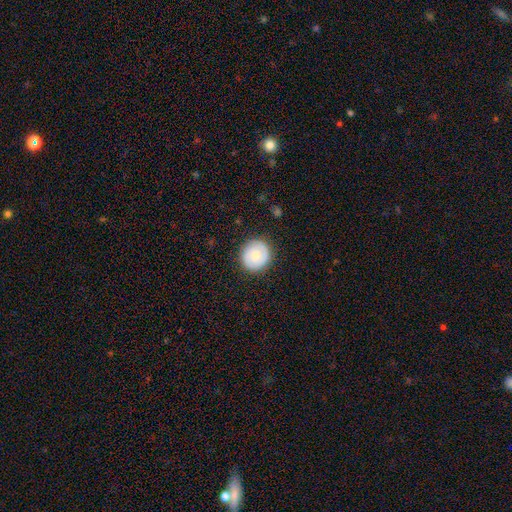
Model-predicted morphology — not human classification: Smooth or featured? Predicted: smooth (p=0.55). How rounded? Predicted: round (p=0.91). Merging? Predicted: none (p=0.87).